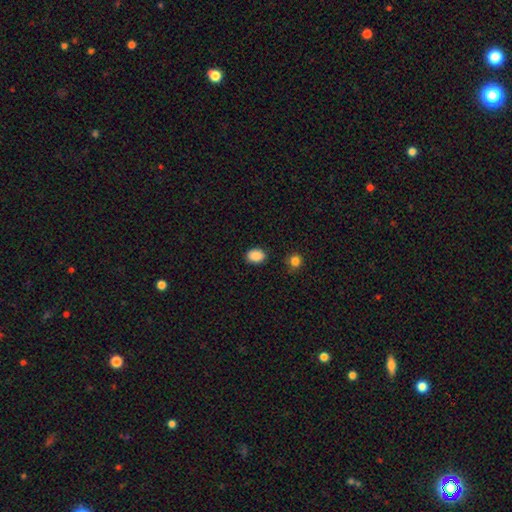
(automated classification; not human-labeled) A smooth galaxy with no disk features (88%) that is in between round and cigar-shaped (67%).

Vote fractions:
- Smooth or featured? smooth: 88% / star or artifact: 9% / featured or disk: 3%
- How rounded? in between: 67% / round: 32% / cigar-shaped: 1%
- Merging? none: 85% / minor disturbance: 10% / major disturbance: 2% / merger: 2%